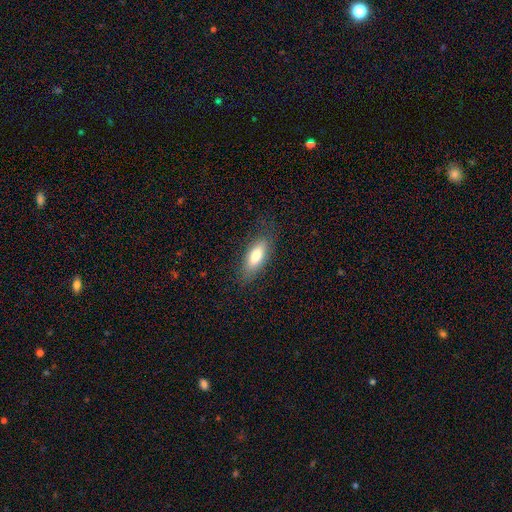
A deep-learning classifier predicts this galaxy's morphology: type=smooth (76%); roundness=in between (76%); merging=none (81%).